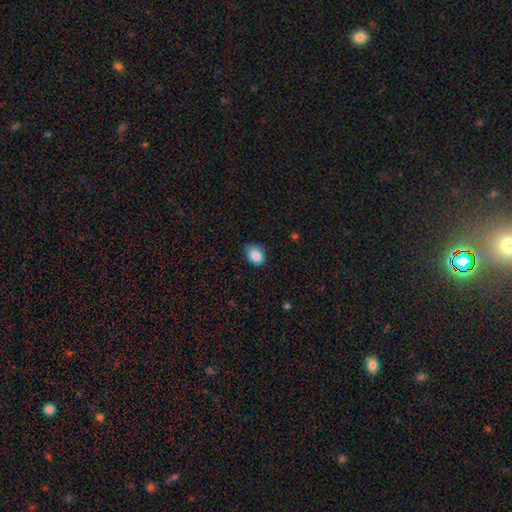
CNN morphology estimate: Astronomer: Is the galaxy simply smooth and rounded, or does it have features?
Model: smooth — 85%.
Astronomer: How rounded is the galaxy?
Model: in between — 72%.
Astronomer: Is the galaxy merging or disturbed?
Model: none — 68%.